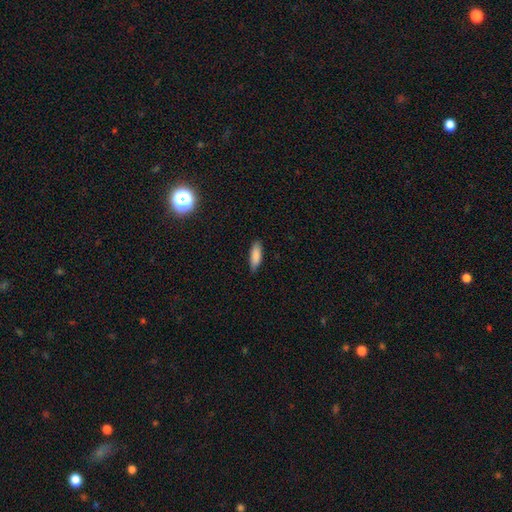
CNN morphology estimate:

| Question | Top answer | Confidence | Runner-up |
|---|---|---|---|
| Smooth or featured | smooth | 86% | star or artifact (7%) |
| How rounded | in between | 60% | cigar-shaped (38%) |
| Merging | none | 80% | minor disturbance (17%) |